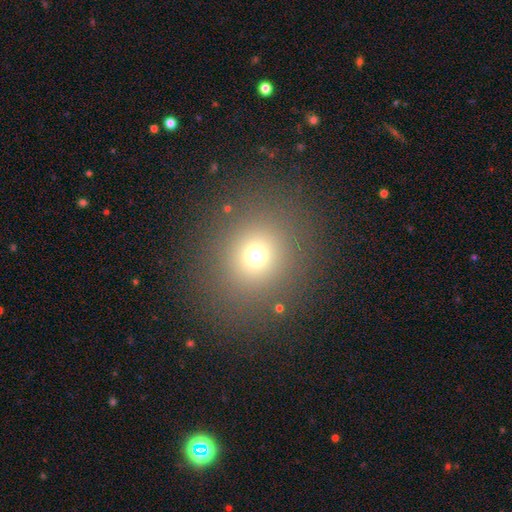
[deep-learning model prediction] Smooth or featured? smooth (70%)
How rounded? round (86%)
Merging? none (87%)